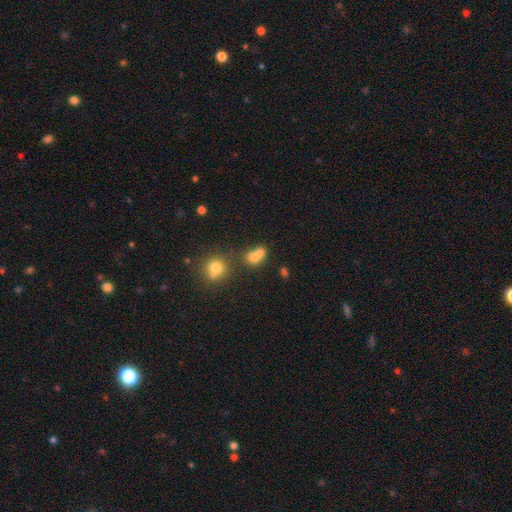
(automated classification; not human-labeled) smooth-or-featured: smooth: 71% | featured or disk: 15% | star or artifact: 14%
  how-rounded: round: 57% | in between: 41% | cigar-shaped: 2%
  merging: merger: 58% | none: 30% | minor disturbance: 8% | major disturbance: 4%